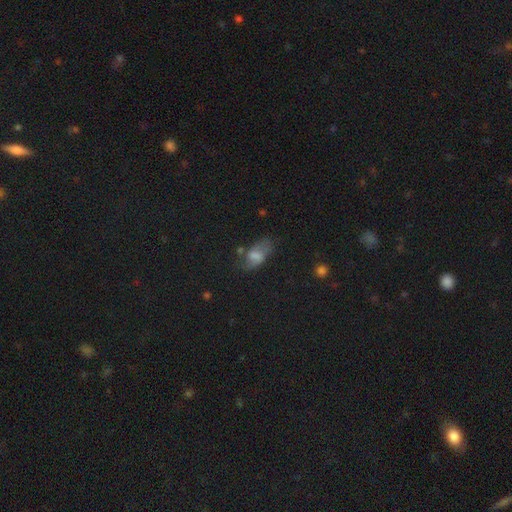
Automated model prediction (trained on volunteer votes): smooth_or_featured: smooth (p=0.57) [alt: featured or disk p=0.29]
how_rounded: in between (p=0.87) [alt: round p=0.08]
merging: none (p=0.50) [alt: minor disturbance p=0.27]